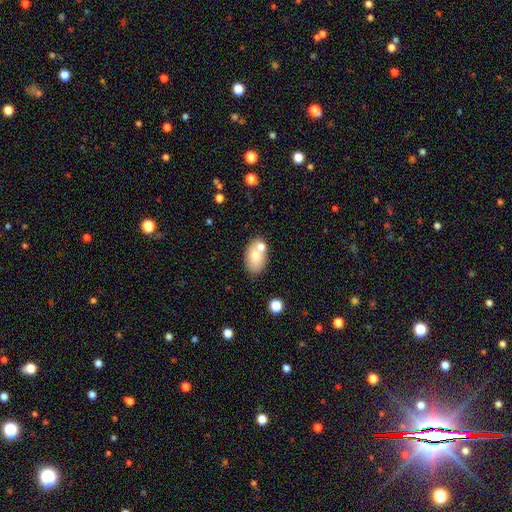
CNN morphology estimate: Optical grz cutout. It shows a smooth galaxy with no disk features (71%) that is in between round and cigar-shaped (89%). Merging: none (59%).